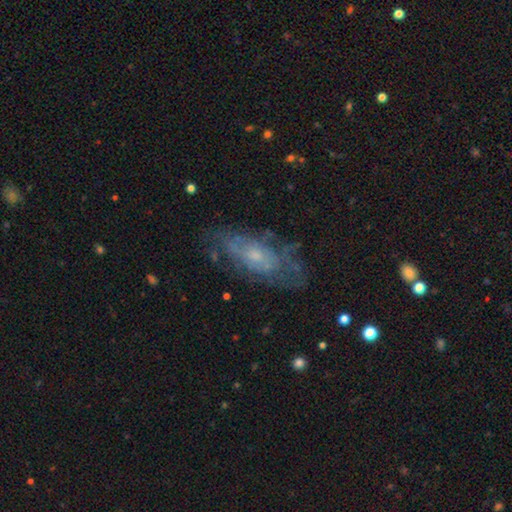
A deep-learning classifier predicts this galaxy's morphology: A featured or disk galaxy (64%) with no bar (80%), spiral arms (56%) and a small central bulge (54%).

Vote fractions:
- Smooth or featured? featured or disk: 64% / smooth: 28% / star or artifact: 9%
- Edge-on disk? no: 87% / yes: 13%
- Bar? no: 80% / weak: 17% / strong: 3%
- Spiral arms? yes: 56% / no: 44%
- Bulge size? small: 54% / moderate: 35% / none: 6% / large: 3% / dominant: 1%
- Merging? none: 61% / minor disturbance: 23% / major disturbance: 14% / merger: 2%